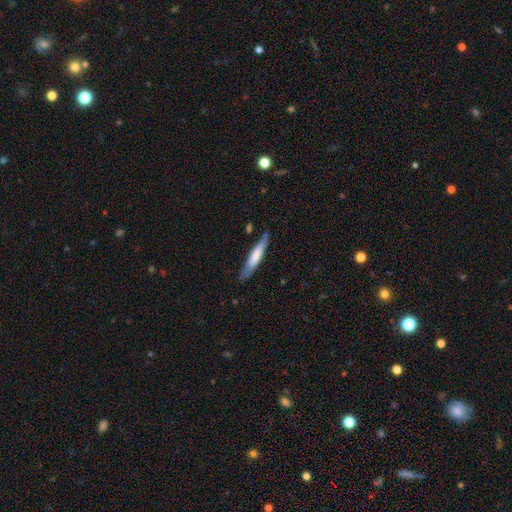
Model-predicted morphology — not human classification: A smooth galaxy with no disk features (61%) that is cigar-shaped (90%). Merging: none (82%).